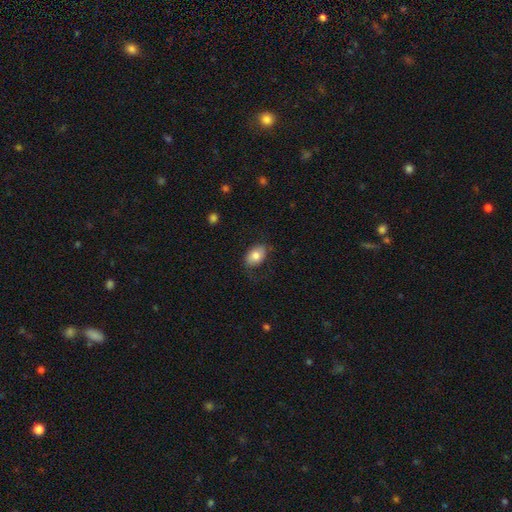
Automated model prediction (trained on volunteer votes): Morphology: type=smooth (78%); roundness=in between (86%); merging=none (66%).